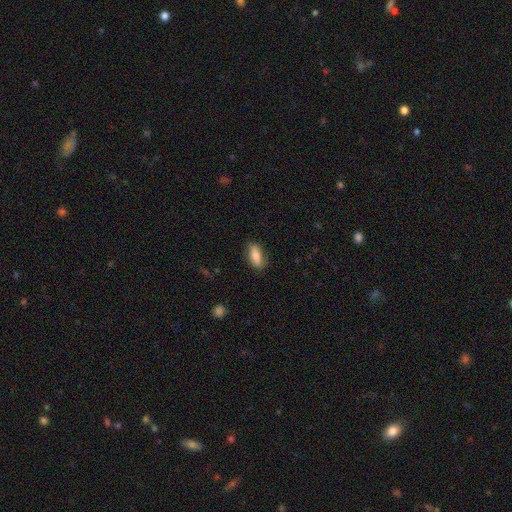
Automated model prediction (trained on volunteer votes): Smooth or featured: smooth — 79% (featured or disk — 14%)
How rounded: in between — 74% (cigar-shaped — 23%)
Merging: none — 79% (minor disturbance — 16%)